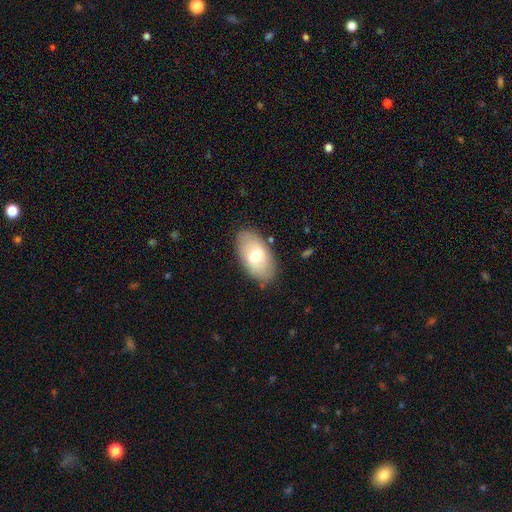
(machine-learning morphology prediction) Smooth or featured: smooth — 69% (featured or disk — 25%)
How rounded: in between — 94% (round — 4%)
Merging: none — 84% (minor disturbance — 12%)